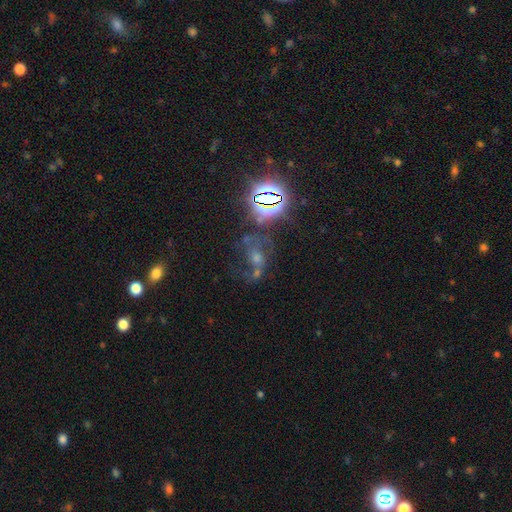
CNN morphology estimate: star or artifact 43%, featured or disk 38%, smooth 19%.